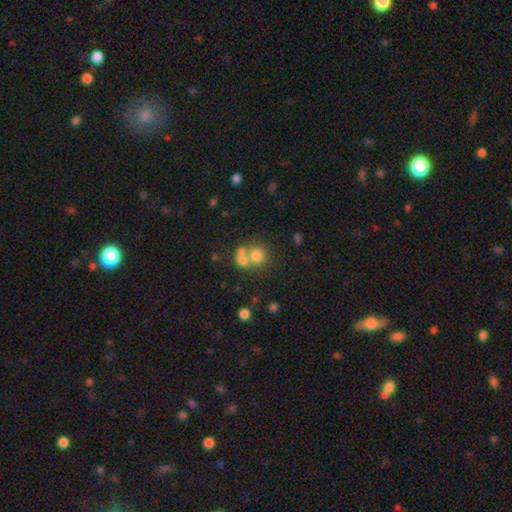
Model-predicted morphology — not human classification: smooth-or-featured: smooth: 68% | featured or disk: 18% | star or artifact: 14%
  how-rounded: round: 81% | in between: 19% | cigar-shaped: 1%
  merging: merger: 50% | none: 39% | minor disturbance: 7% | major disturbance: 4%